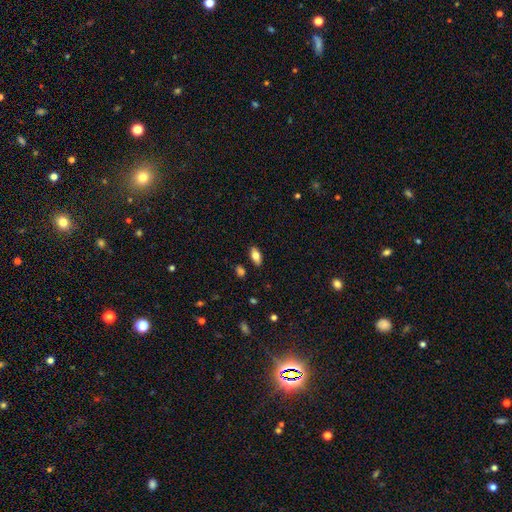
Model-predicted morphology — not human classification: smooth 76%, featured or disk 17%, star or artifact 8%. Down the decision tree: how rounded — in between (90%); merging — none (87%).